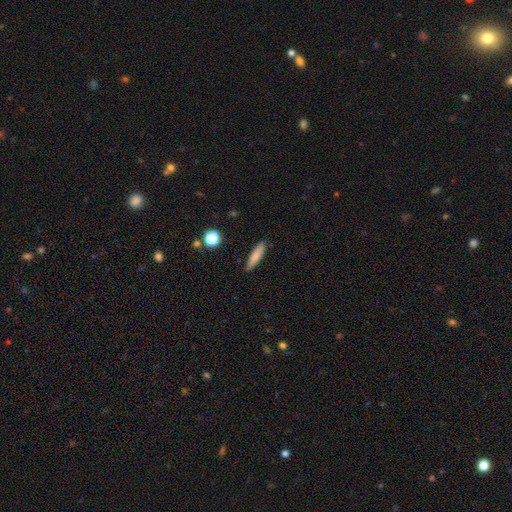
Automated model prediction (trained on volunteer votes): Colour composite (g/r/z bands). It shows a smooth galaxy with no disk features (77%) that is cigar-shaped (78%). Merging: none (85%).